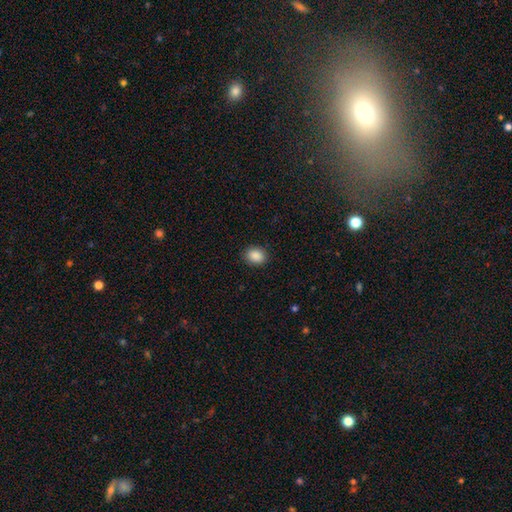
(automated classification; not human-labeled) Overall: smooth (89%). How rounded: in between (53%; round 46%). Merging: none (89%).